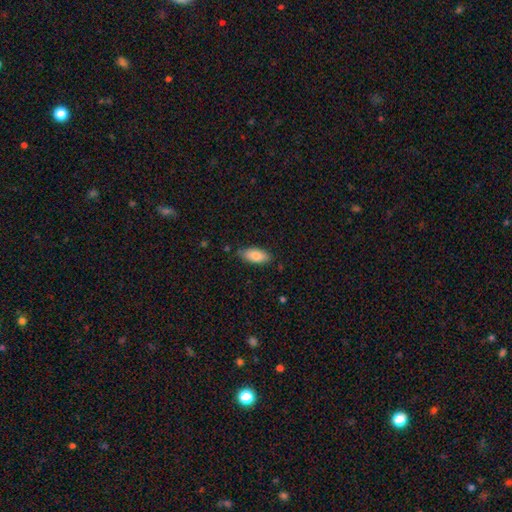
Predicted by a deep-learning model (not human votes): smooth 86%, featured or disk 8%, star or artifact 6%. Down the decision tree: how rounded — in between (86%); merging — none (81%).